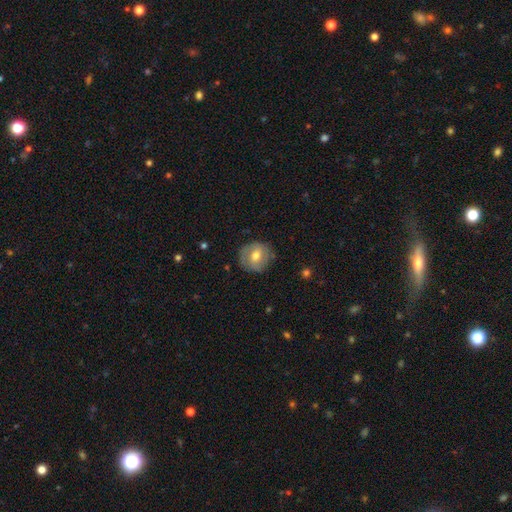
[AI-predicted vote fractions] This is possibly a smooth galaxy (57%). How rounded: clearly round (87%). Merging: likely none (79%).